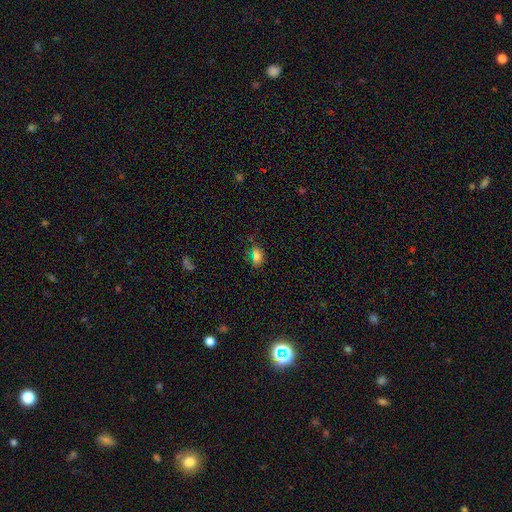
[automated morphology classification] A smooth galaxy with no disk features (65%) that is in between round and cigar-shaped (81%). Merging: none (69%).